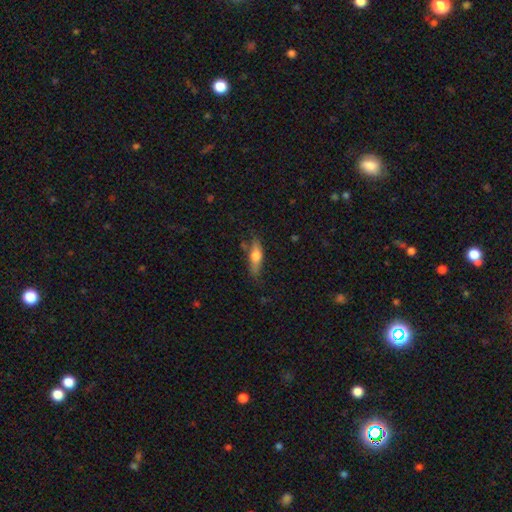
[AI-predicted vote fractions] Overall: smooth (58%; featured or disk 35%). How rounded: cigar-shaped (53%; in between 44%). Merging: none (69%).